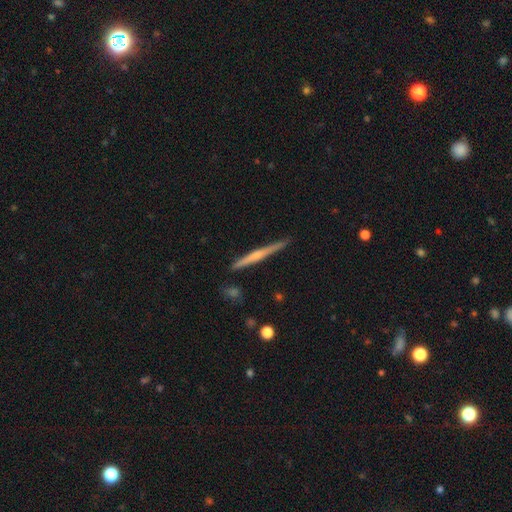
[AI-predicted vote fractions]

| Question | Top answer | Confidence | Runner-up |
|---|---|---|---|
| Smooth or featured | featured or disk | 63% | smooth (31%) |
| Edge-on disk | yes | 98% | no (2%) |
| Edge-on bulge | rounded | 52% | none (39%) |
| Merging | none | 88% | minor disturbance (9%) |